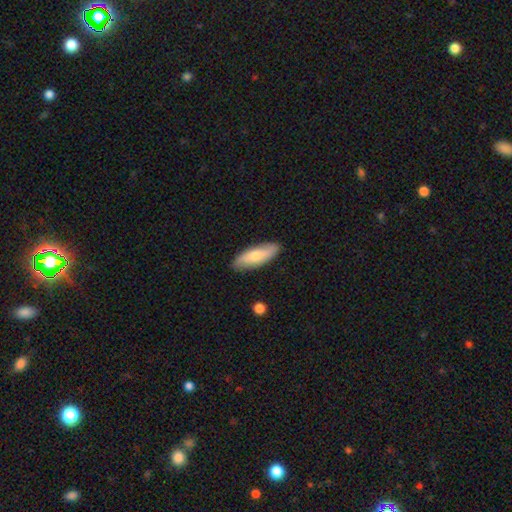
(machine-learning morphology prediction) Q: Smooth or featured?
A: smooth (69%); runner-up: featured or disk (25%)
Q: How rounded?
A: in between (61%); runner-up: cigar-shaped (37%)
Q: Merging?
A: none (86%); runner-up: minor disturbance (11%)